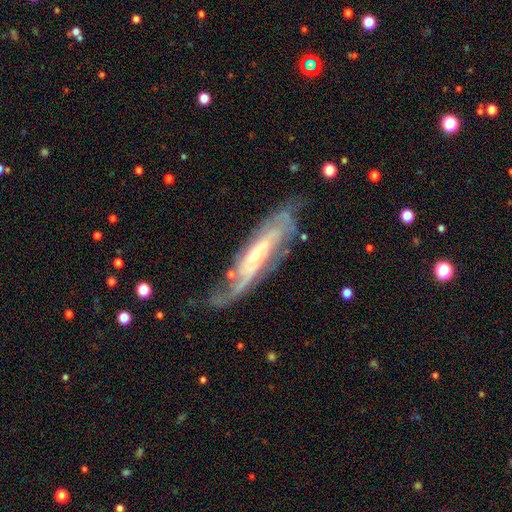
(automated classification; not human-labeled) Smooth or featured: featured or disk — 84% (smooth — 11%)
Edge-on disk: no — 79% (yes — 21%)
Bar: no — 53% (weak — 30%)
Spiral arms: yes — 93% (no — 7%)
Spiral winding: medium — 40% (tight — 39%)
Spiral arm count: 2 — 48% (can't tell — 29%)
Bulge size: small — 65% (moderate — 29%)
Merging: none — 60% (minor disturbance — 22%)